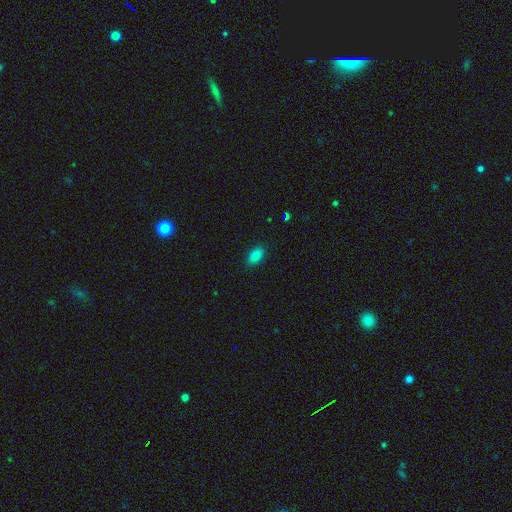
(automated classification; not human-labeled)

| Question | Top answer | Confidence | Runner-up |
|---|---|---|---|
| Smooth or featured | smooth | 87% | star or artifact (10%) |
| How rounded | in between | 92% | round (6%) |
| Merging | none | 89% | minor disturbance (8%) |